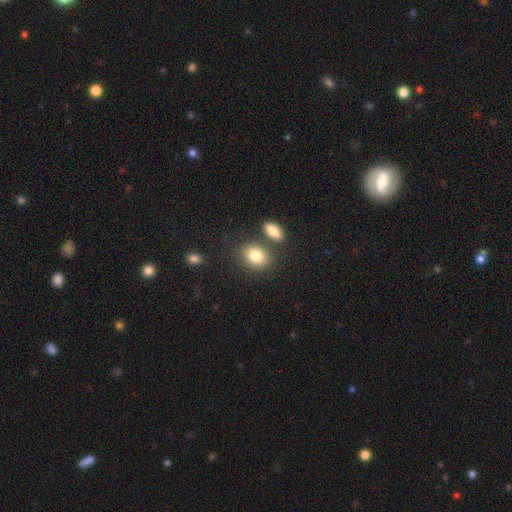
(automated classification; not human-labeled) smooth 83%, featured or disk 9%, star or artifact 9%. Down the decision tree: how rounded — in between (59%); merging — none (65%).